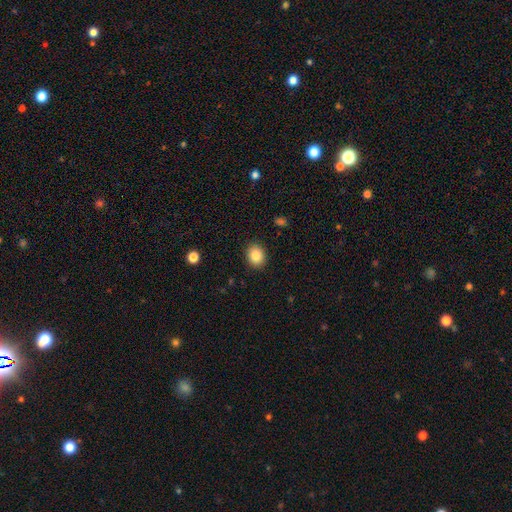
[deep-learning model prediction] This is clearly a smooth galaxy (86%). How rounded: possibly round (59%). Merging: clearly none (89%).